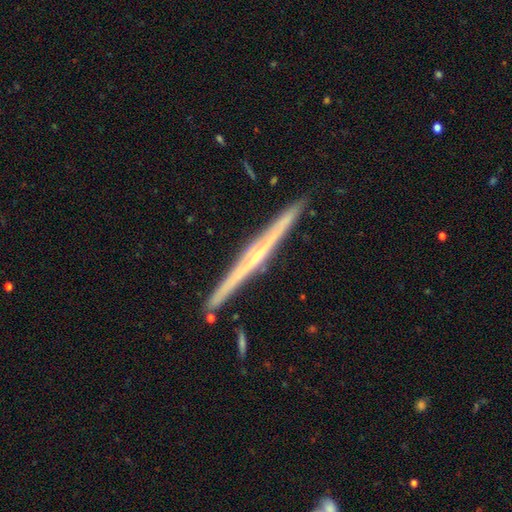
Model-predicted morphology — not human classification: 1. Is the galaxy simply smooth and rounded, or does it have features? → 82% featured or disk, 13% smooth, 5% star or artifact.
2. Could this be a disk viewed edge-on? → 98% yes, 2% no.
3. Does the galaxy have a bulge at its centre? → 66% rounded, 29% none, 5% boxy.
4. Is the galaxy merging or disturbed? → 91% none, 6% minor disturbance, 2% merger, 1% major disturbance.